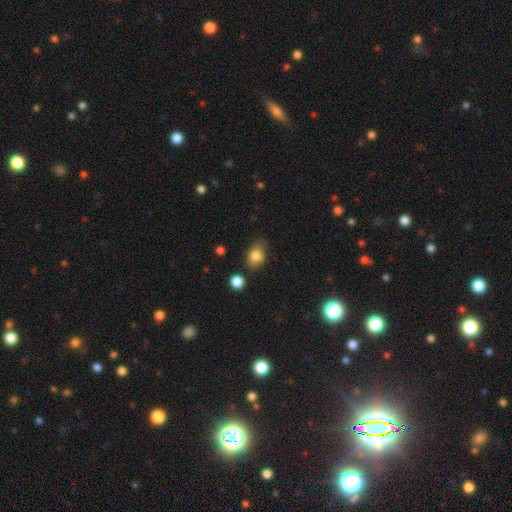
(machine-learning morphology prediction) The model was most divided on "how rounded": in between: 64%, round: 34%, cigar-shaped: 1%. More confident: smooth or featured — smooth (83%); merging — none (73%).